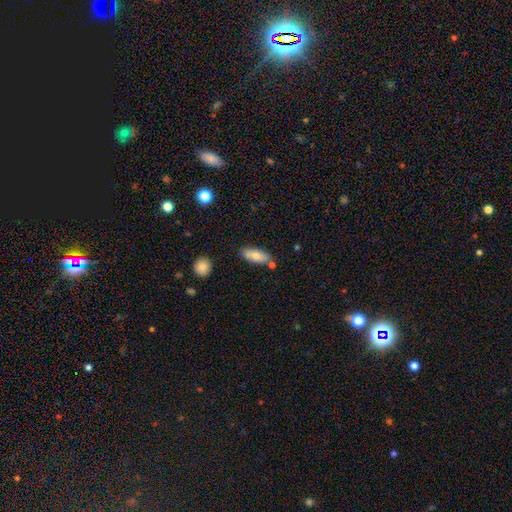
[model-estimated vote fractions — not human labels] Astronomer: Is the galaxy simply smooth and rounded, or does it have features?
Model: smooth — 74%.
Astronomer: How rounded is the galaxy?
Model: in between — 77%.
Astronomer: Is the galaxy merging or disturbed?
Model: none — 76%.